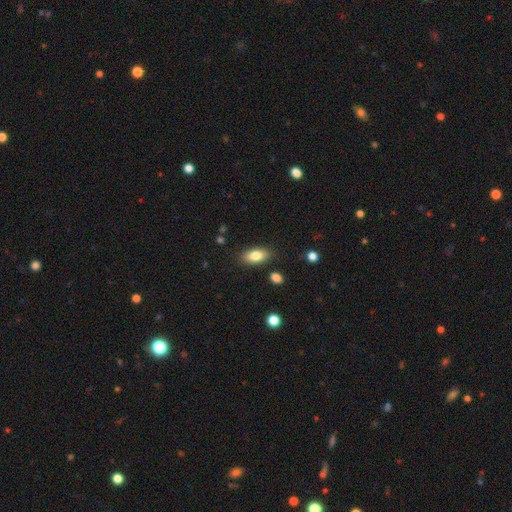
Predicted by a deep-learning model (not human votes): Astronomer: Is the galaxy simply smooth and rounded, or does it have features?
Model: smooth — 81%.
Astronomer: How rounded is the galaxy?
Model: in between — 87%.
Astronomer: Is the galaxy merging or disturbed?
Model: none — 85%.